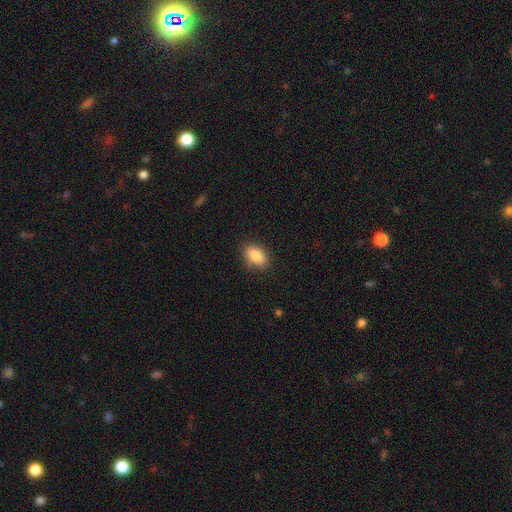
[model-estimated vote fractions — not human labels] smooth 86%, star or artifact 8%, featured or disk 6%. Down the decision tree: how rounded — in between (88%); merging — none (86%).